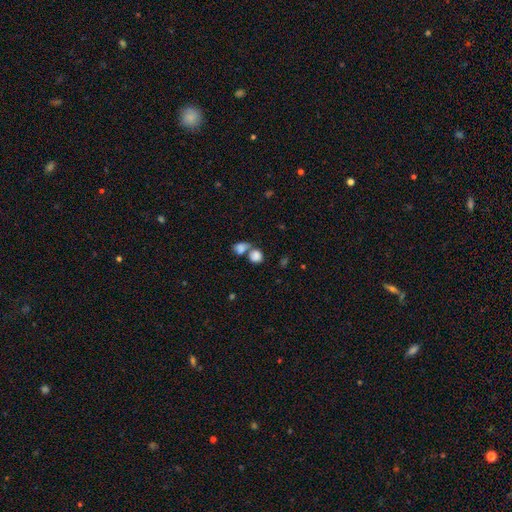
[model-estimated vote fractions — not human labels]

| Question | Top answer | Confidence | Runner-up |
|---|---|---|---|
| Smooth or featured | smooth | 82% | star or artifact (10%) |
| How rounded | round | 66% | in between (33%) |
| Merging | merger | 54% | none (33%) |